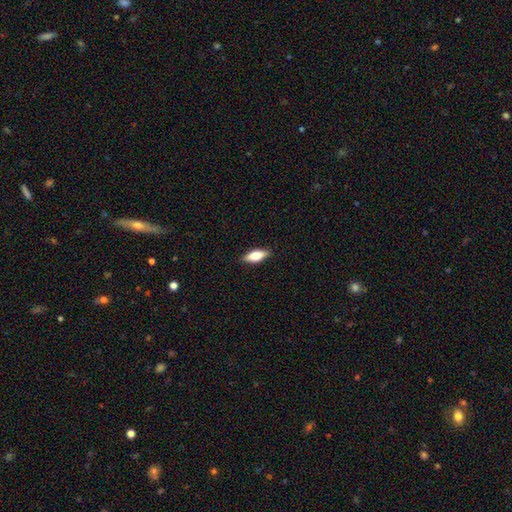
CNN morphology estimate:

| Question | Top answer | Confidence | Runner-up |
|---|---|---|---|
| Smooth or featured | smooth | 63% | featured or disk (30%) |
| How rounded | in between | 70% | cigar-shaped (27%) |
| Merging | none | 88% | minor disturbance (9%) |